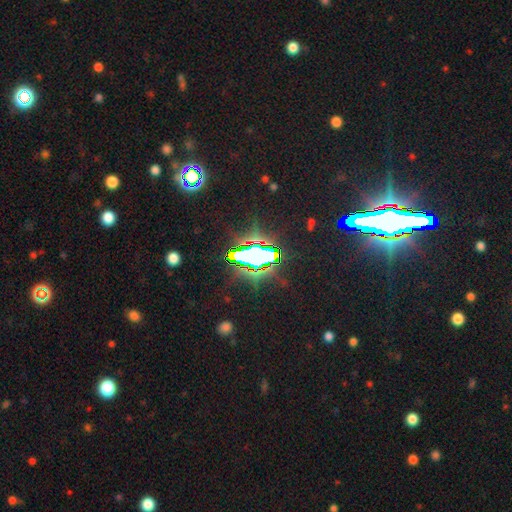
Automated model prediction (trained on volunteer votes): Smooth or featured? Predicted: star or artifact (p=0.71).